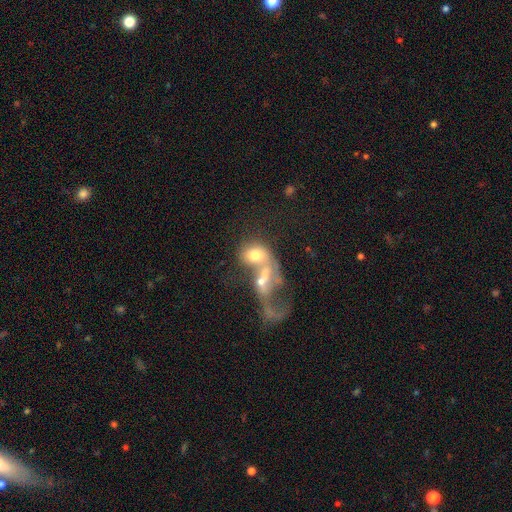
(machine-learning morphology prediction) The model was most divided on "smooth or featured": smooth: 50%, featured or disk: 38%, star or artifact: 12%. More confident: merging — merger (70%); how rounded — in between (58%).